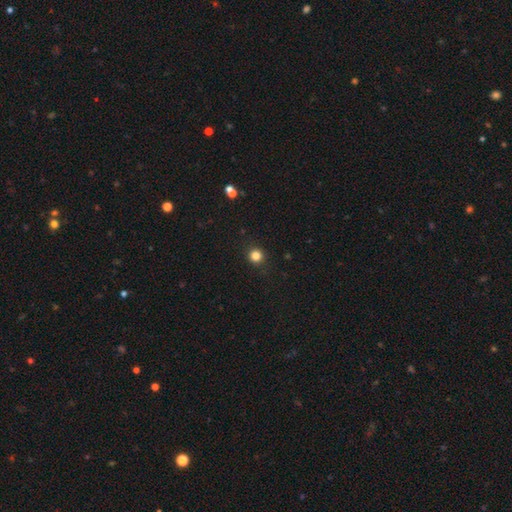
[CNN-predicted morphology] Overall: smooth (83%). How rounded: round (94%). Merging: none (92%).